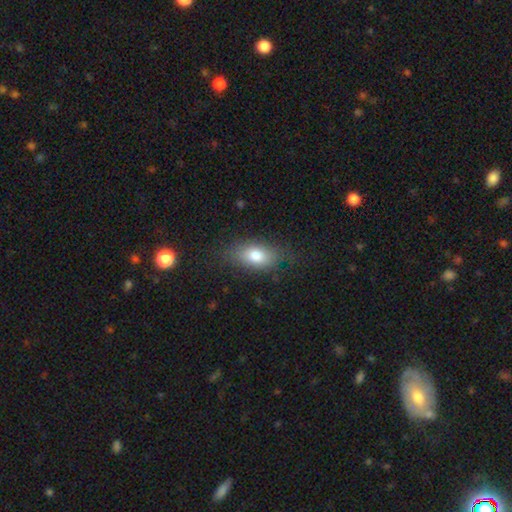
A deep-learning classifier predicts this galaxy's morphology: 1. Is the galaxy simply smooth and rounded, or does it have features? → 77% smooth, 14% featured or disk, 8% star or artifact.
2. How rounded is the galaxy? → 87% in between, 9% round, 5% cigar-shaped.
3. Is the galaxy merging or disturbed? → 75% none, 17% minor disturbance, 7% major disturbance, 1% merger.